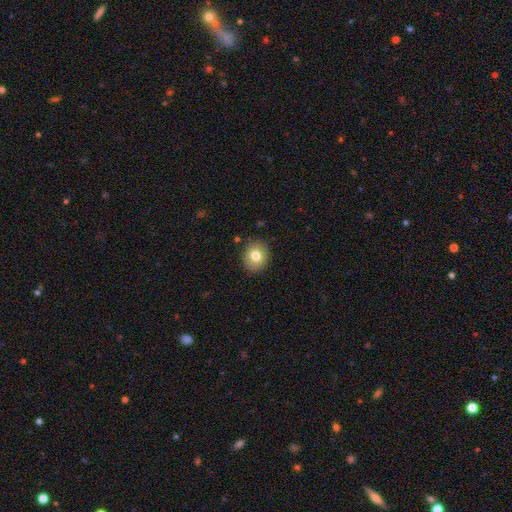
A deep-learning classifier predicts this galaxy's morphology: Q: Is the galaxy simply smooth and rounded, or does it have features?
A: smooth — 77%.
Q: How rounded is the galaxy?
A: round — 70%.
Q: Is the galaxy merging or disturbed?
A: none — 87%.